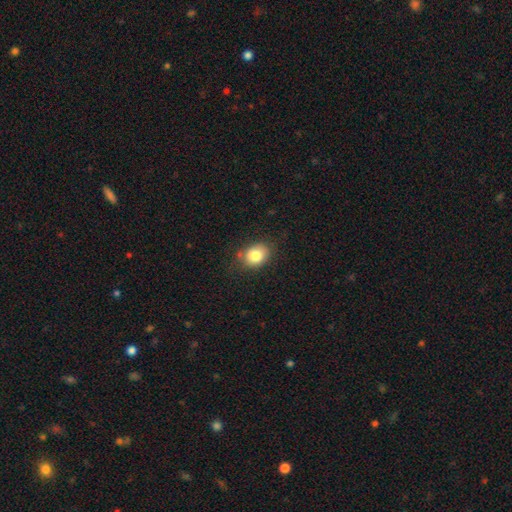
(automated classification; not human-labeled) smooth 81%, star or artifact 9%, featured or disk 9%. Down the decision tree: how rounded — in between (52%); merging — none (77%).